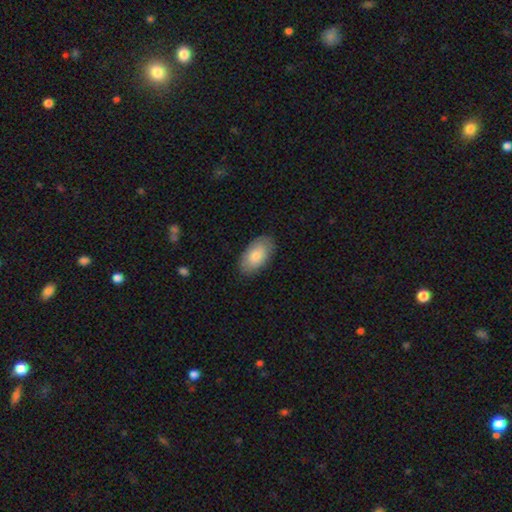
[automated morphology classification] smooth 79%, featured or disk 15%, star or artifact 6%. Down the decision tree: how rounded — in between (95%); merging — none (85%).